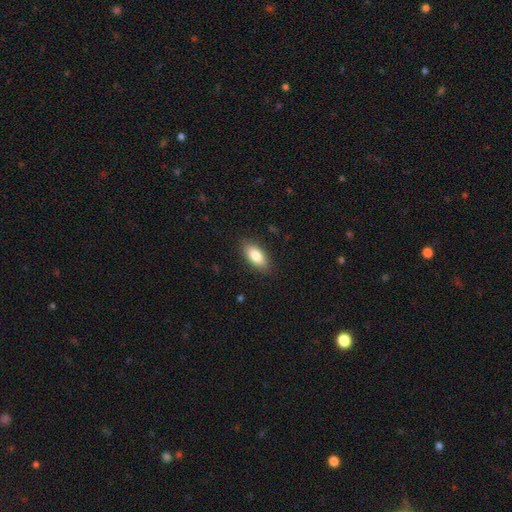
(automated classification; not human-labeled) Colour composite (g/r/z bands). It shows a smooth galaxy with no disk features (82%) that is in between round and cigar-shaped (87%). Merging: none (87%).